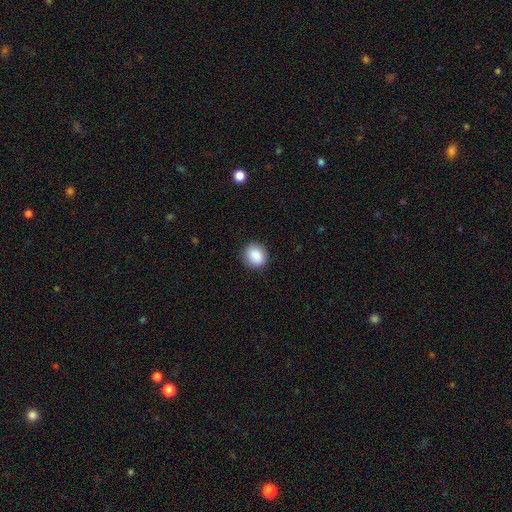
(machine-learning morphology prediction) A smooth galaxy with no disk features (88%) that is round (72%).

Vote fractions:
- Smooth or featured? smooth: 88% / star or artifact: 8% / featured or disk: 4%
- How rounded? round: 72% / in between: 27% / cigar-shaped: 1%
- Merging? none: 90% / minor disturbance: 7% / major disturbance: 2% / merger: 1%